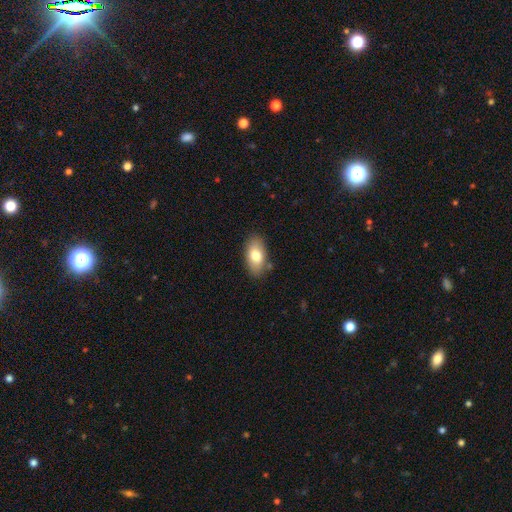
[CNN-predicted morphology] The model was most divided on "smooth or featured": smooth: 76%, featured or disk: 17%, star or artifact: 7%. More confident: how rounded — in between (92%); merging — none (82%).